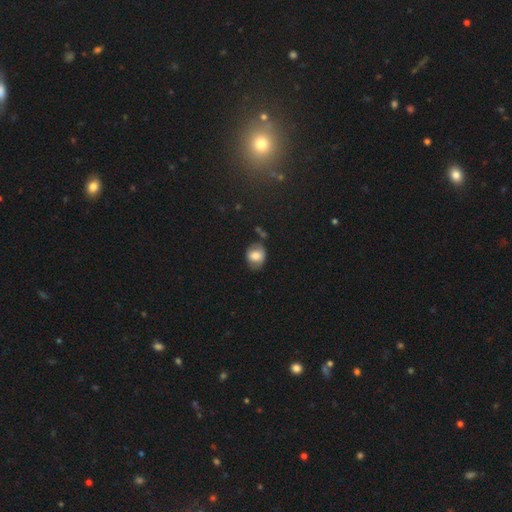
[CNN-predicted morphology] type=smooth (69%); roundness=round (50%); merging=none (64%).